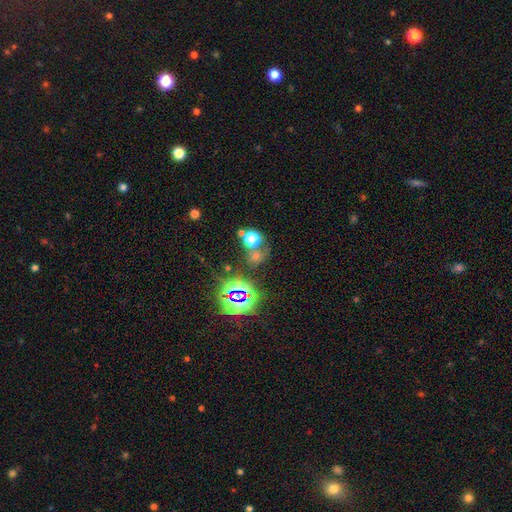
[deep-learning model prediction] Smooth or featured?
  - star or artifact: 56% *
  - smooth: 34%
  - featured or disk: 11%